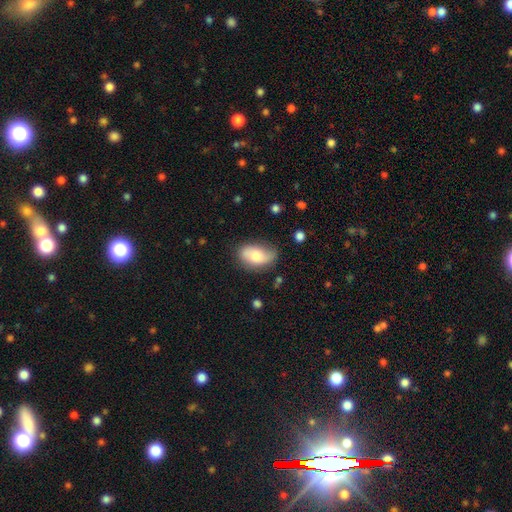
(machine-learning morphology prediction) smooth_or_featured: smooth (p=0.67) [alt: featured or disk p=0.25]
how_rounded: in between (p=0.91) [alt: round p=0.07]
merging: none (p=0.63) [alt: minor disturbance p=0.26]